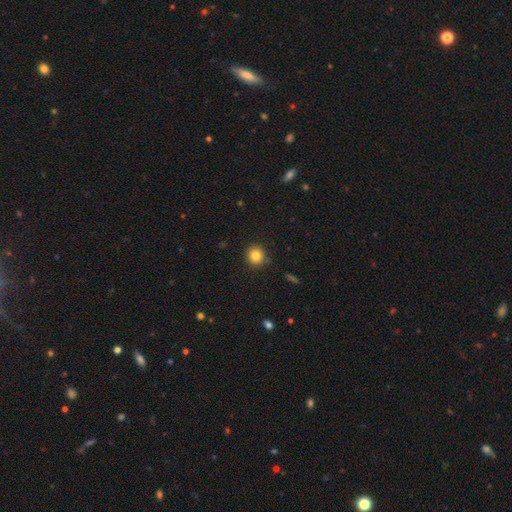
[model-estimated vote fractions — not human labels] Smooth or featured? smooth (84%)
How rounded? round (90%)
Merging? none (88%)